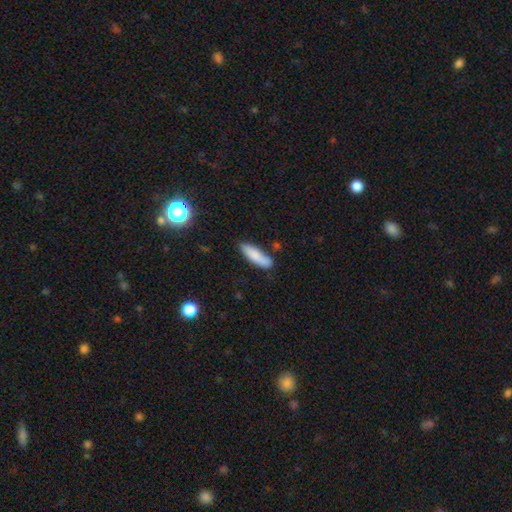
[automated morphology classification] smooth_or_featured: smooth (p=0.84) [alt: featured or disk p=0.10]
how_rounded: cigar-shaped (p=0.56) [alt: in between p=0.42]
merging: none (p=0.73) [alt: minor disturbance p=0.18]